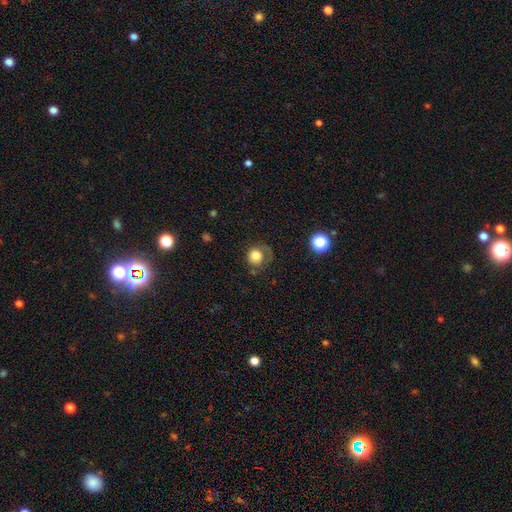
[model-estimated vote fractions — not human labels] Q: Smooth or featured?
A: smooth (74%); runner-up: featured or disk (16%)
Q: How rounded?
A: round (84%); runner-up: in between (15%)
Q: Merging?
A: none (54%); runner-up: minor disturbance (22%)